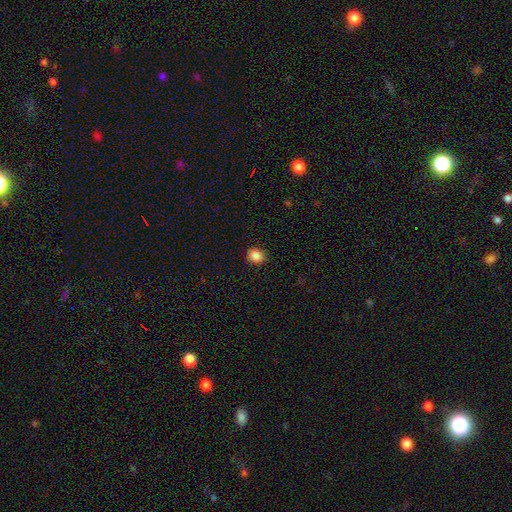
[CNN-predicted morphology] smooth-or-featured: smooth: 87% | star or artifact: 10% | featured or disk: 3%
  how-rounded: round: 74% | in between: 25% | cigar-shaped: 1%
  merging: none: 91% | minor disturbance: 6% | major disturbance: 2% | merger: 1%